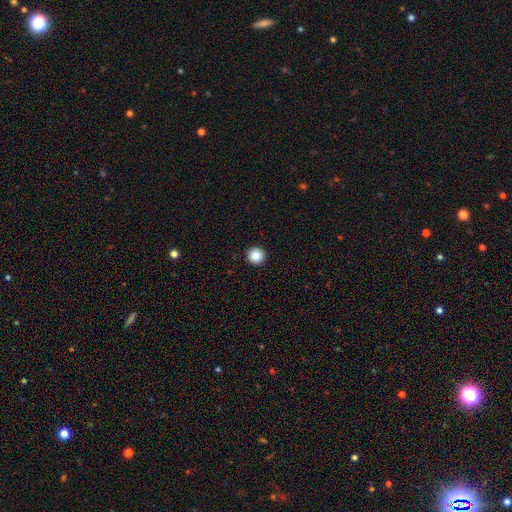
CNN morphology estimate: smooth-or-featured: smooth: 87% | star or artifact: 9% | featured or disk: 3%
  how-rounded: round: 96% | in between: 3% | cigar-shaped: 1%
  merging: none: 94% | minor disturbance: 4% | major disturbance: 1% | merger: 1%